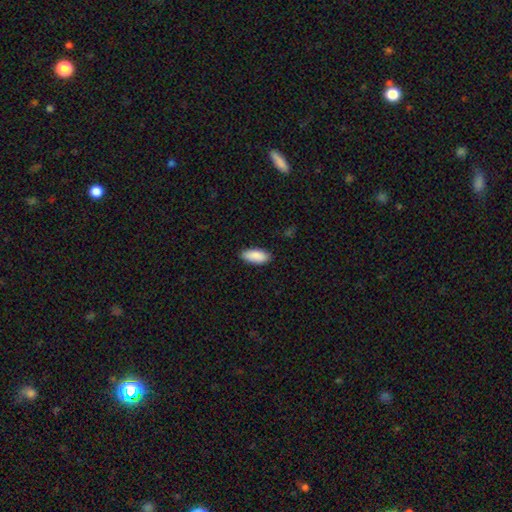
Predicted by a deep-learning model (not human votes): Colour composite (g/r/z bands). It shows a smooth galaxy with no disk features (91%) that is in between round and cigar-shaped (88%). Merging: none (88%).